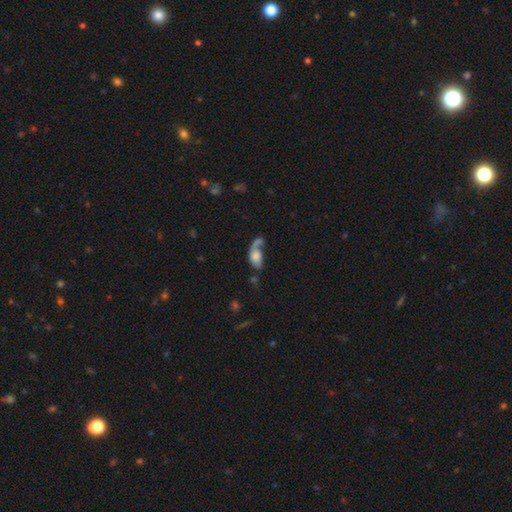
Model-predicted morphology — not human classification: smooth 47%, featured or disk 45%, star or artifact 8%. Down the decision tree: merging — major disturbance (36%).